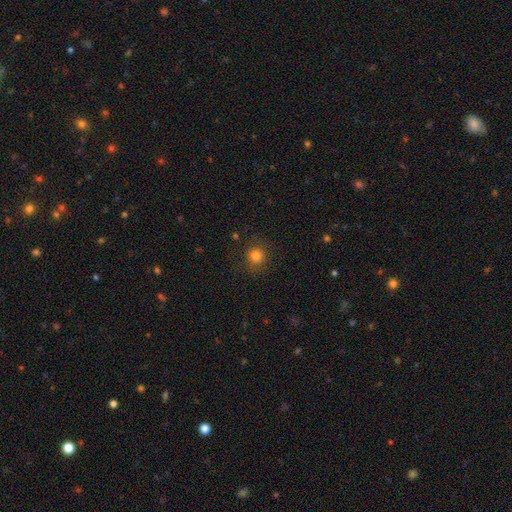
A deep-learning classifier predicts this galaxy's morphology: The model was most divided on "smooth or featured": smooth: 81%, star or artifact: 13%, featured or disk: 6%. More confident: how rounded — round (89%); merging — none (86%).